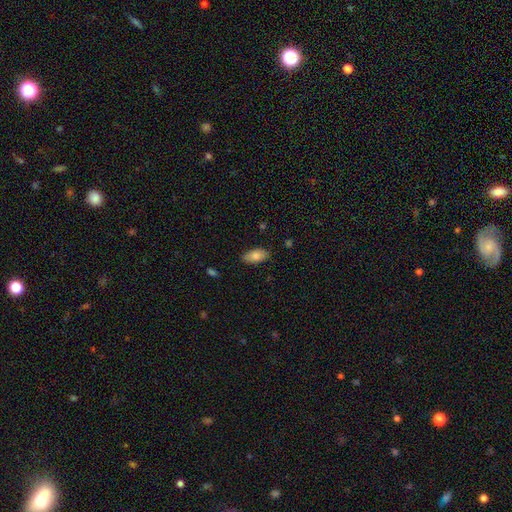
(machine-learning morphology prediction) A smooth galaxy with no disk features (80%) that is in between round and cigar-shaped (92%). Merging: none (85%).